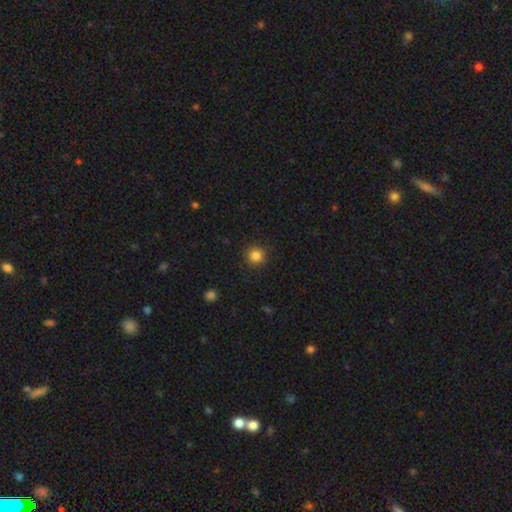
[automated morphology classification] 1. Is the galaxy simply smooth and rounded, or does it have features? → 84% smooth, 11% star or artifact, 4% featured or disk.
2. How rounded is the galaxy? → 94% round, 5% in between, 1% cigar-shaped.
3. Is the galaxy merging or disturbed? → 91% none, 6% minor disturbance, 2% major disturbance, 1% merger.